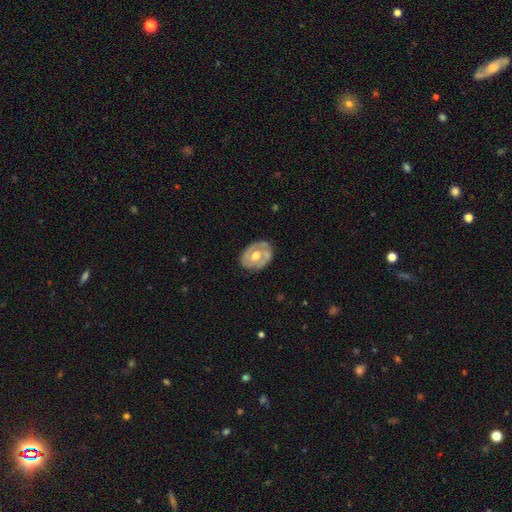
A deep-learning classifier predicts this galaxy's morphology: A featured or disk galaxy (64%) with no bar (76%), no spiral arms (55%) and a moderate central bulge (75%).

Vote fractions:
- Smooth or featured? featured or disk: 64% / smooth: 31% / star or artifact: 5%
- Edge-on disk? no: 95% / yes: 5%
- Bar? no: 76% / weak: 20% / strong: 5%
- Spiral arms? no: 55% / yes: 45%
- Bulge size? moderate: 75% / large: 14% / small: 8% / none: 1% / dominant: 1%
- Merging? none: 71% / minor disturbance: 21% / major disturbance: 6% / merger: 2%